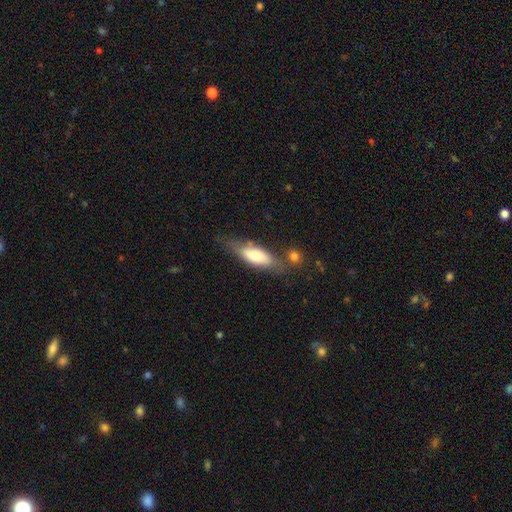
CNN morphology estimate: Smooth or featured? smooth (69%)
How rounded? in between (60%)
Merging? none (57%)